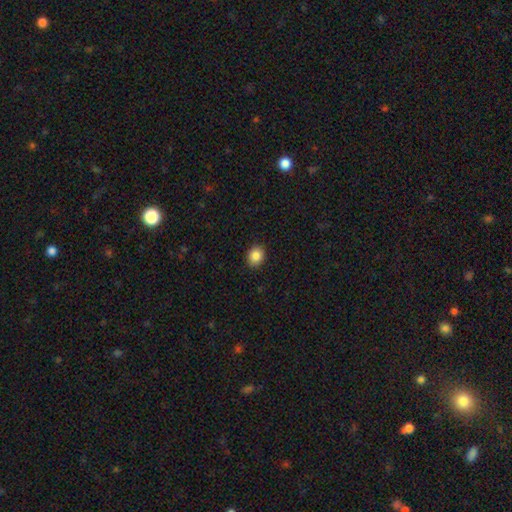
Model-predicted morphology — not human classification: The model was most divided on "how rounded": round: 54%, in between: 45%, cigar-shaped: 1%. More confident: merging — none (90%); smooth or featured — smooth (87%).